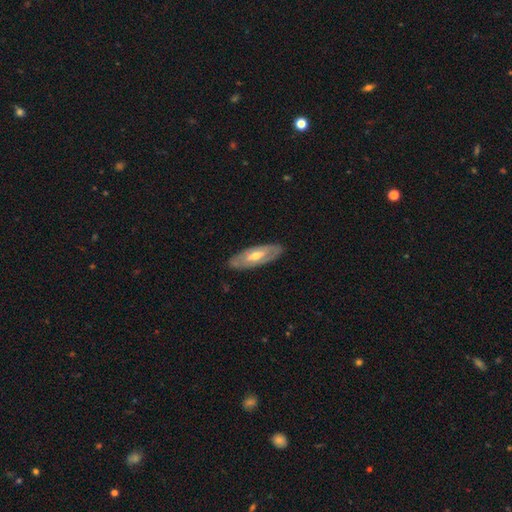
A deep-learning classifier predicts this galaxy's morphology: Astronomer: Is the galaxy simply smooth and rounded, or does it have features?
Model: featured or disk — 62%.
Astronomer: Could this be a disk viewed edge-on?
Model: no — 75%.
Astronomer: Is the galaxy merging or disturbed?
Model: none — 85%.